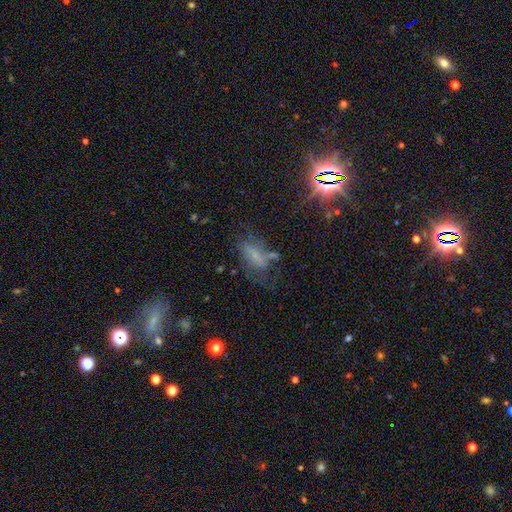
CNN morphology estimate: Q: Smooth or featured?
A: smooth (42%); runner-up: featured or disk (32%)
Q: Merging?
A: none (38%); runner-up: major disturbance (27%)